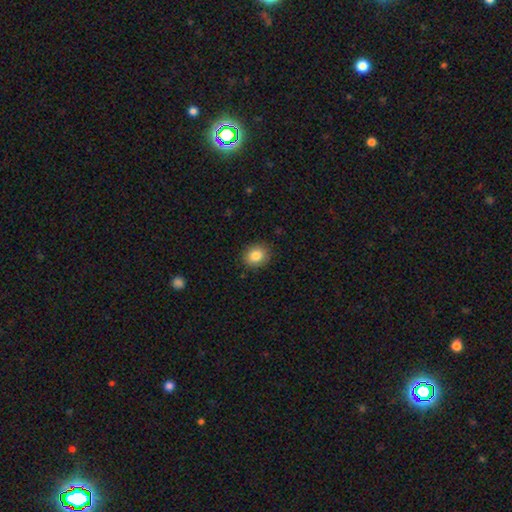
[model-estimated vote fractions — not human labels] smooth 84%, star or artifact 9%, featured or disk 6%. Down the decision tree: how rounded — round (65%); merging — none (89%).